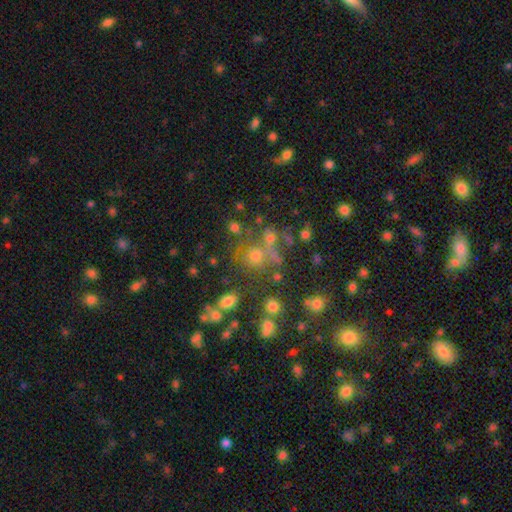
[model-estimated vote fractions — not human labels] Q: Smooth or featured?
A: smooth (52%); runner-up: star or artifact (34%)
Q: How rounded?
A: round (85%); runner-up: in between (14%)
Q: Merging?
A: none (63%); runner-up: merger (19%)